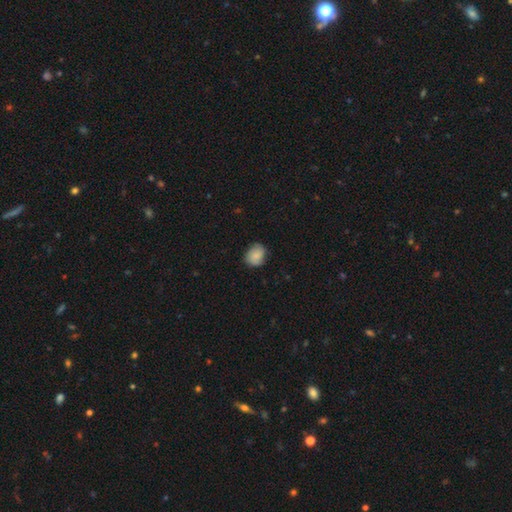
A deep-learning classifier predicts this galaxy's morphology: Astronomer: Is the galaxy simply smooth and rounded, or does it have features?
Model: smooth — 82%.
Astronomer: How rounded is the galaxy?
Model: round — 54% (runner-up: in between, 45%).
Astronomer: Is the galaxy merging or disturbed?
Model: none — 74%.